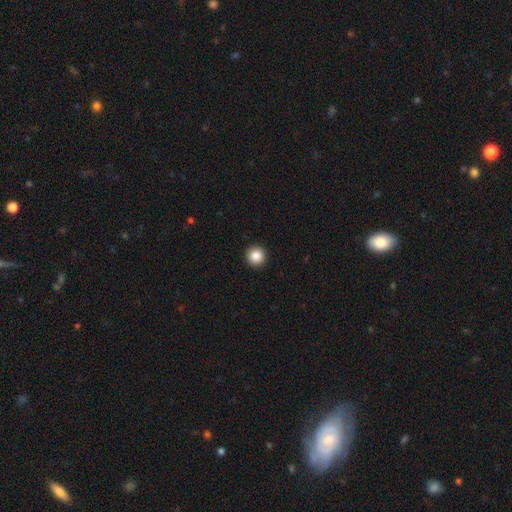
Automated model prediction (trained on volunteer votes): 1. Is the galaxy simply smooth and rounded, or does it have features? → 86% smooth, 9% star or artifact, 4% featured or disk.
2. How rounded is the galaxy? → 96% round, 3% in between, 1% cigar-shaped.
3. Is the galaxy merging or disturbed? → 94% none, 4% minor disturbance, 1% major disturbance, 1% merger.